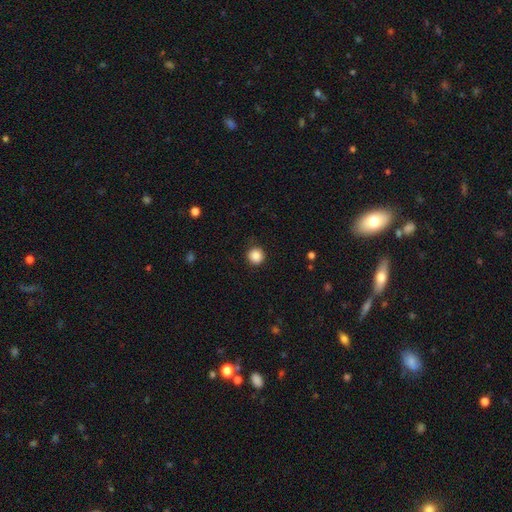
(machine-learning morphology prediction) A smooth galaxy with no disk features (87%) that is round (94%). Merging: none (88%).